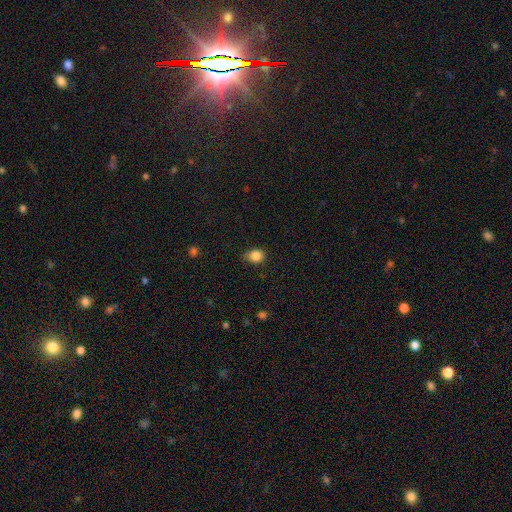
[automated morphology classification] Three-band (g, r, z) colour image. It shows a smooth galaxy with no disk features (85%) that is round (57%). Merging: none (70%).